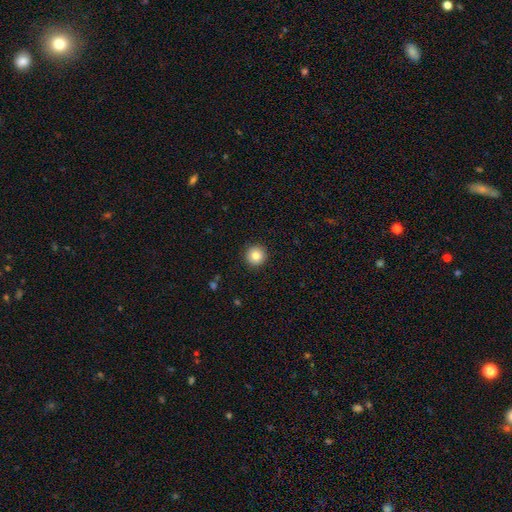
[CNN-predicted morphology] This is clearly a smooth galaxy (83%). How rounded: clearly round (96%). Merging: clearly none (93%).